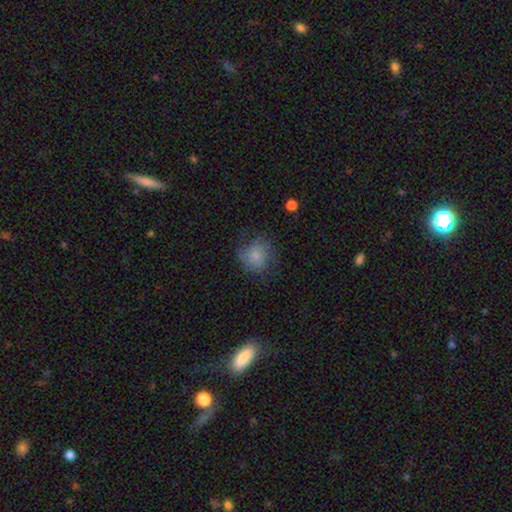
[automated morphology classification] This appears to be a smooth galaxy with no disk features (76%) that is round (80%). Merging: none (58%).